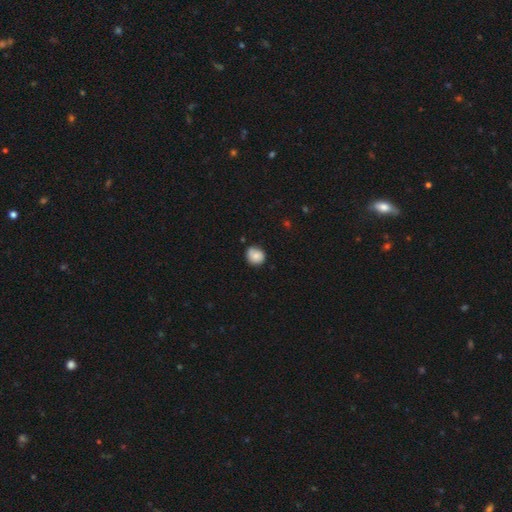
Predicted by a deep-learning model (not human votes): The model was most divided on "merging": none: 72%, minor disturbance: 22%, major disturbance: 3%, merger: 2%. More confident: smooth or featured — smooth (80%); how rounded — round (79%).